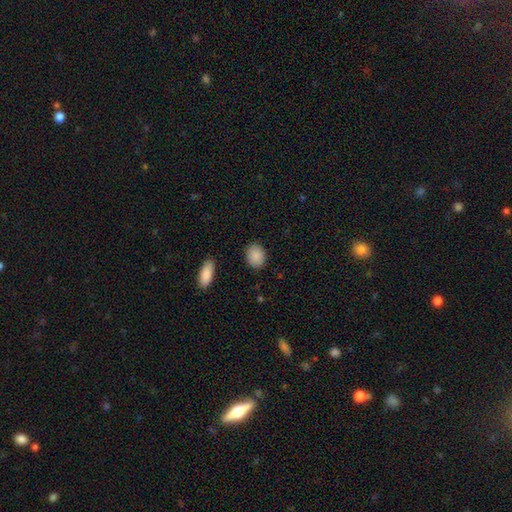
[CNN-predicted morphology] smooth_or_featured: smooth (p=0.89) [alt: star or artifact p=0.07]
how_rounded: in between (p=0.63) [alt: round p=0.35]
merging: none (p=0.88) [alt: minor disturbance p=0.08]